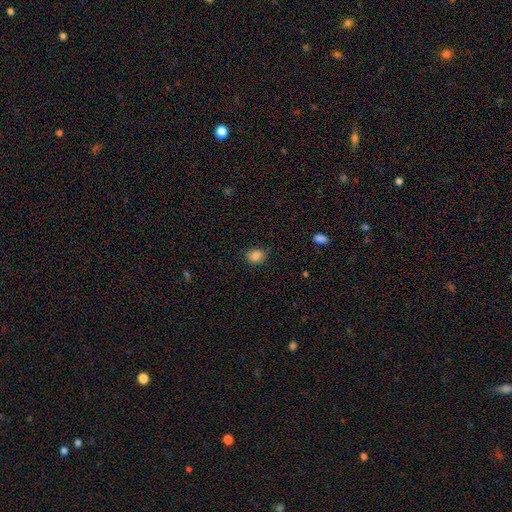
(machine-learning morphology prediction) smooth 85%, star or artifact 10%, featured or disk 5%. Down the decision tree: how rounded — round (54%); merging — none (80%).